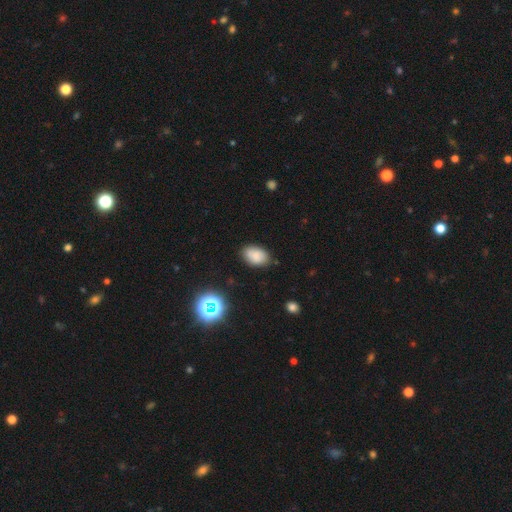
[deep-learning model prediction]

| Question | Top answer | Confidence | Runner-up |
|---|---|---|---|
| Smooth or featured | smooth | 81% | star or artifact (12%) |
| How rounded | in between | 87% | round (11%) |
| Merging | none | 79% | minor disturbance (16%) |